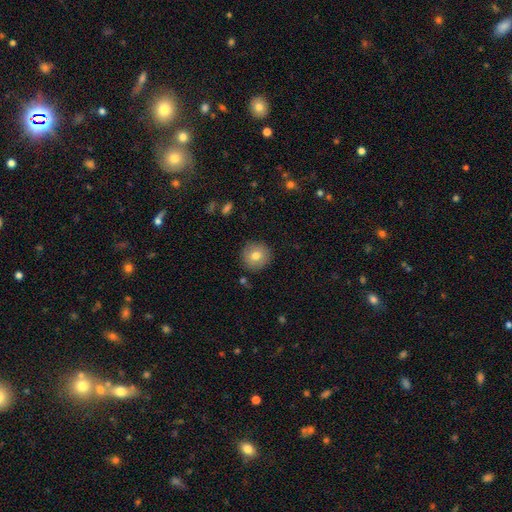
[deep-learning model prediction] This appears to be a smooth galaxy with no disk features (77%) that is round (94%). Merging: none (89%).